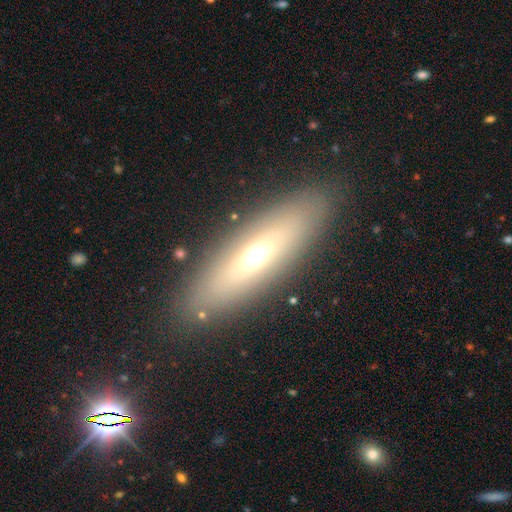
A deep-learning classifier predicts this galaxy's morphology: Smooth or featured? Predicted: smooth (p=0.52). How rounded? Predicted: cigar-shaped (p=0.53). Merging? Predicted: none (p=0.85).